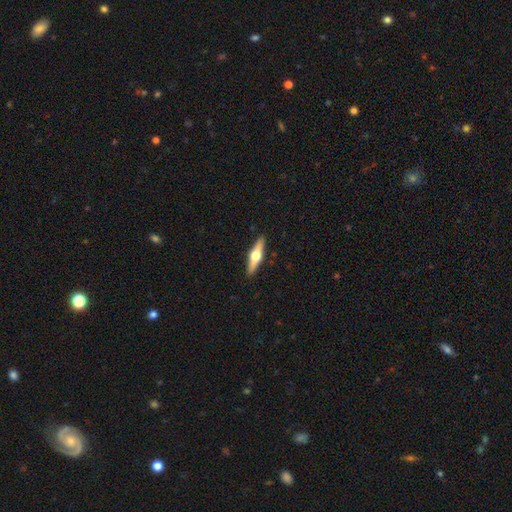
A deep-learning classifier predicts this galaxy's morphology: A featured or disk galaxy (64%) viewed edge-on (96%) with a rounded central bulge (96%).

Vote fractions:
- Smooth or featured? featured or disk: 64% / smooth: 31% / star or artifact: 5%
- Edge-on disk? yes: 96% / no: 4%
- Edge-on bulge? rounded: 96% / boxy: 2% / none: 2%
- Merging? none: 91% / minor disturbance: 6% / major disturbance: 1% / merger: 1%